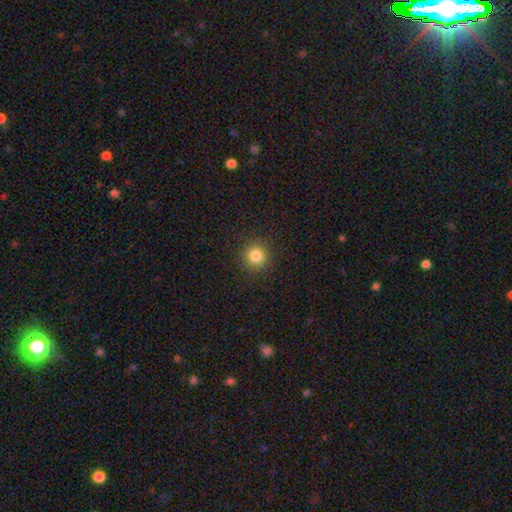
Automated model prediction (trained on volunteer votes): smooth_or_featured: smooth (p=0.83) [alt: star or artifact p=0.12]
how_rounded: round (p=0.94) [alt: in between p=0.05]
merging: none (p=0.91) [alt: minor disturbance p=0.06]